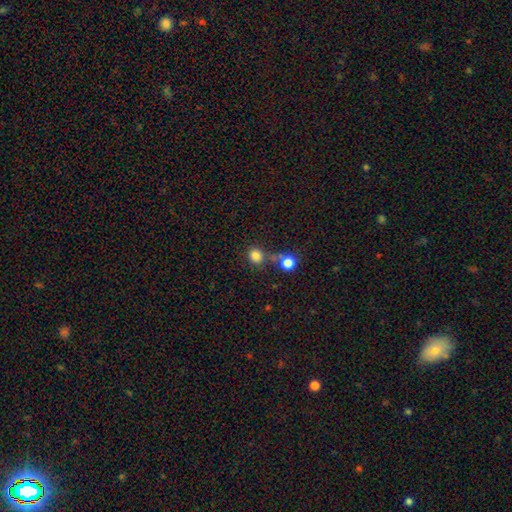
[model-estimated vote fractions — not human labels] Overall: smooth (82%). How rounded: round (77%). Merging: none (60%; merger 23%).